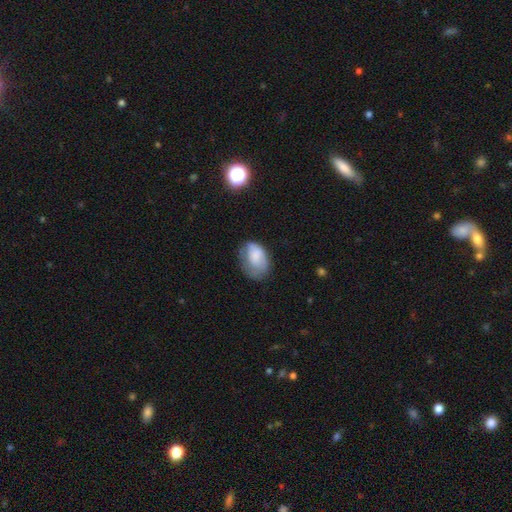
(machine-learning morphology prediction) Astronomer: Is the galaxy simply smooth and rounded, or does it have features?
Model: smooth — 68%.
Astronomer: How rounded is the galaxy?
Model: in between — 83%.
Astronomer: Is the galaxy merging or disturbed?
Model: none — 47% (runner-up: minor disturbance, 32%).